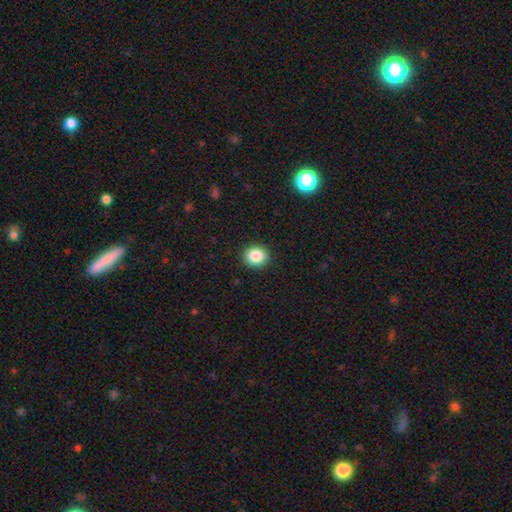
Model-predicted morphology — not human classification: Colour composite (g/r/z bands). It shows a smooth galaxy with no disk features (86%) that is round (79%). Merging: none (91%).